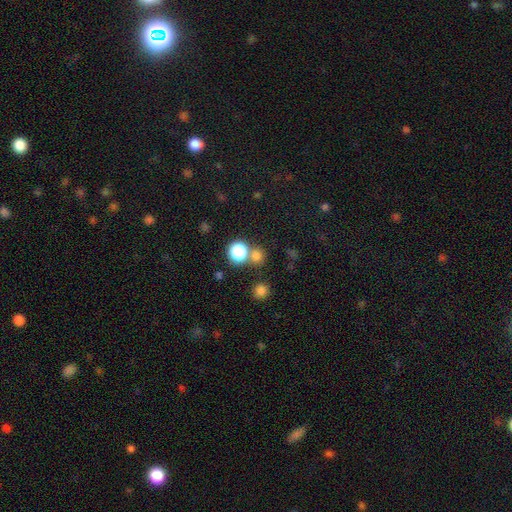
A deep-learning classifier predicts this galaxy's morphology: This appears to be a smooth galaxy with no disk features (74%) that is round (88%). Merging: none (67%).